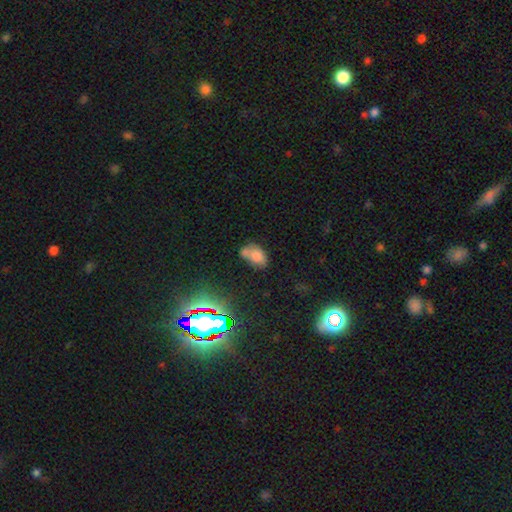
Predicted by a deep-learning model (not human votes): Morphology: type=smooth (67%); roundness=in between (84%); merging=none (35%).